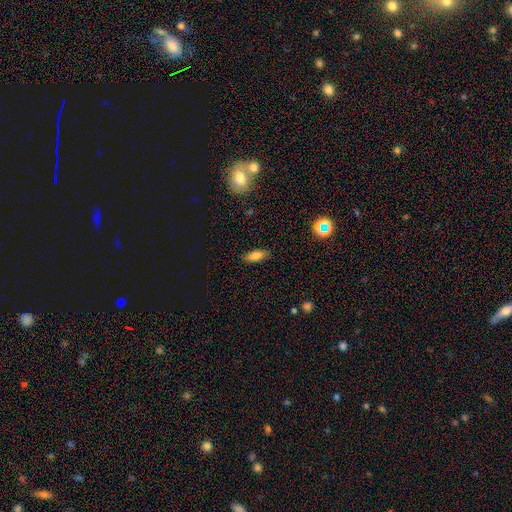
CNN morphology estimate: Smooth or featured? smooth (79%)
How rounded? in between (75%)
Merging? none (87%)